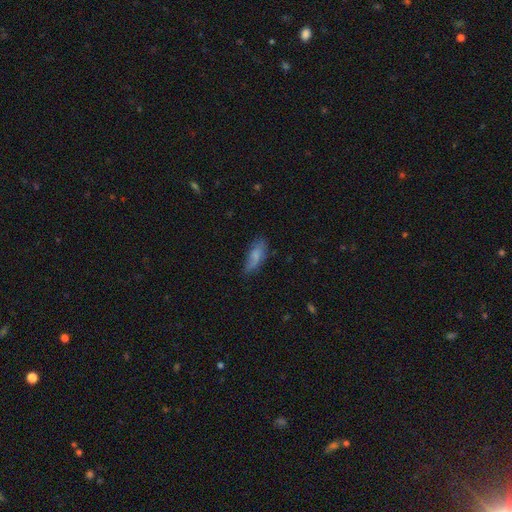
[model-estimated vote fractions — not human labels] A smooth galaxy with no disk features (69%) that is in between round and cigar-shaped (72%). Merging: none (56%).